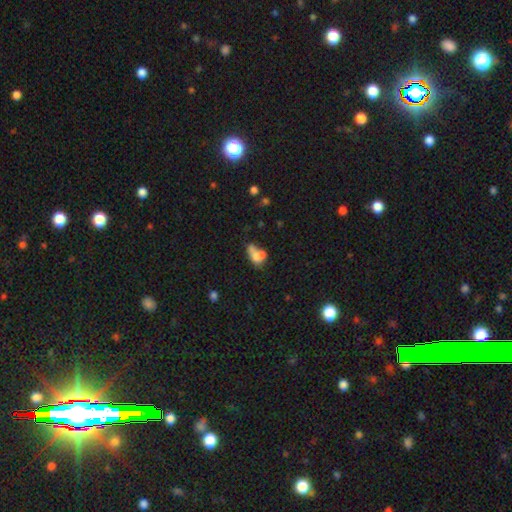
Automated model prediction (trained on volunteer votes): Smooth or featured? Predicted: smooth (p=0.63). How rounded? Predicted: in between (p=0.75). Merging? Predicted: merger (p=0.53).